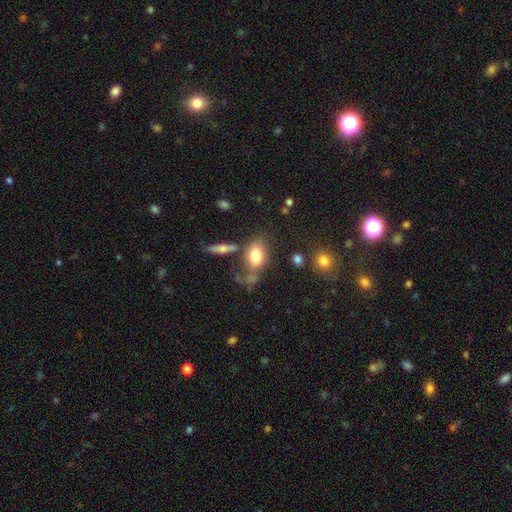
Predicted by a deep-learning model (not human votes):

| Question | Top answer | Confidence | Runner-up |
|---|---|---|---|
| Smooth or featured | smooth | 78% | featured or disk (14%) |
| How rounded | in between | 82% | round (16%) |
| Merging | none | 56% | minor disturbance (18%) |